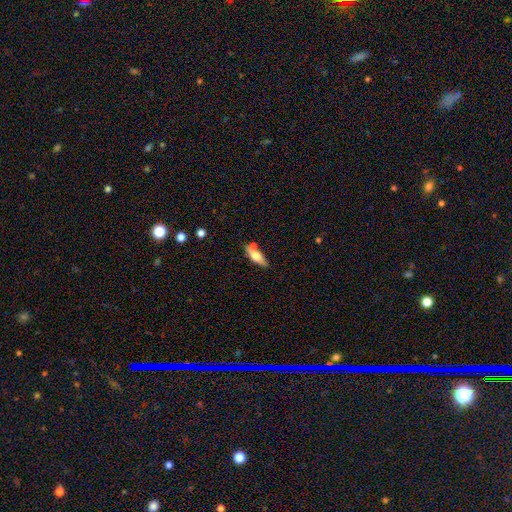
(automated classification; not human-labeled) This is likely a smooth galaxy (65%). How rounded: likely in between (70%). Merging: possibly none (59%).